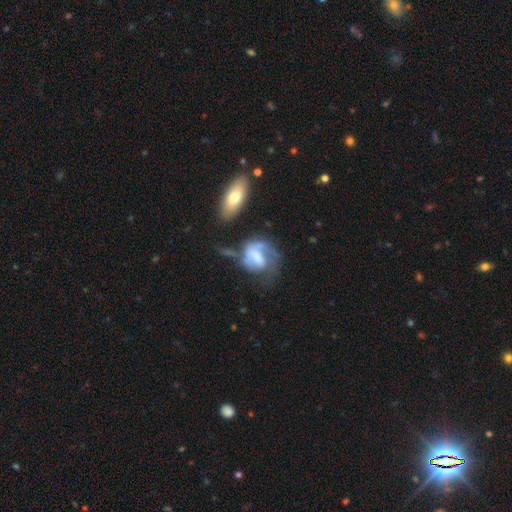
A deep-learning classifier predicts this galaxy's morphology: smooth-or-featured: featured or disk: 60% | smooth: 32% | star or artifact: 8%
  disk-edge-on: no: 97% | yes: 3%
    bar: no: 40% | weak: 39% | strong: 21%
    has-spiral-arms: yes: 74% | no: 26%
    bulge-size: none: 30% | moderate: 25% | large: 21% | small: 20% | dominant: 5%
  merging: major disturbance: 39% | none: 28% | minor disturbance: 20% | merger: 14%